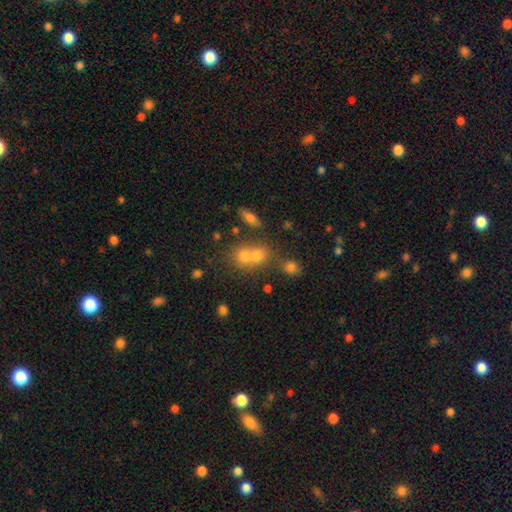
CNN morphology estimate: The model was most divided on "merging": merger: 55%, none: 35%, minor disturbance: 7%, major disturbance: 3%. More confident: how rounded — round (69%); smooth or featured — smooth (63%).